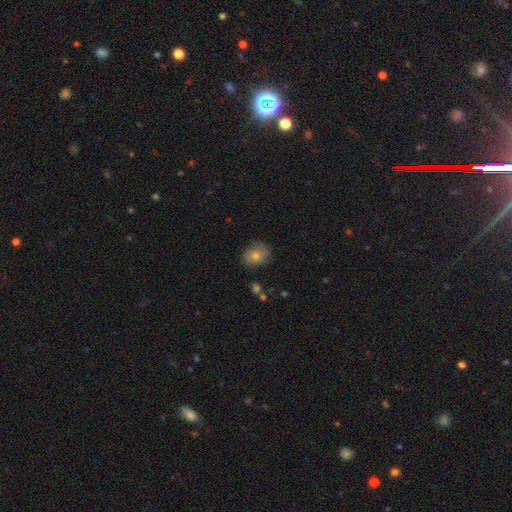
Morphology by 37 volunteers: smooth_or_featured: smooth (p=0.68) [alt: featured or disk p=0.30]
how_rounded: in between (p=0.64) [alt: round p=0.36]
merging: none (p=0.75) [alt: minor disturbance p=0.19]